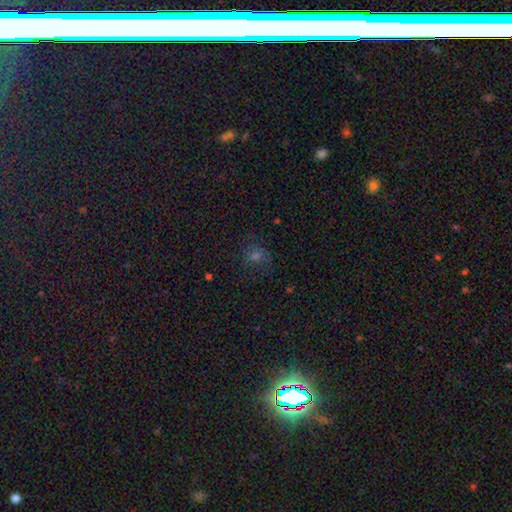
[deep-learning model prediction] A smooth galaxy with no disk features (46%).

Vote fractions:
- Smooth or featured? smooth: 46% / star or artifact: 37% / featured or disk: 17%
- Merging? none: 73% / minor disturbance: 16% / major disturbance: 9% / merger: 2%